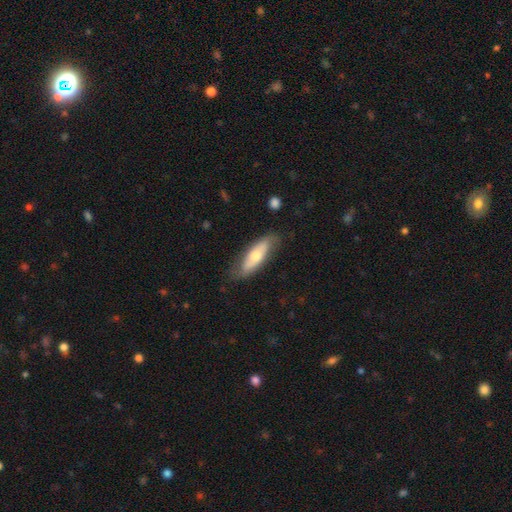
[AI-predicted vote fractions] smooth_or_featured: smooth (p=0.56) [alt: featured or disk p=0.39]
how_rounded: in between (p=0.58) [alt: cigar-shaped p=0.40]
merging: none (p=0.75) [alt: minor disturbance p=0.19]